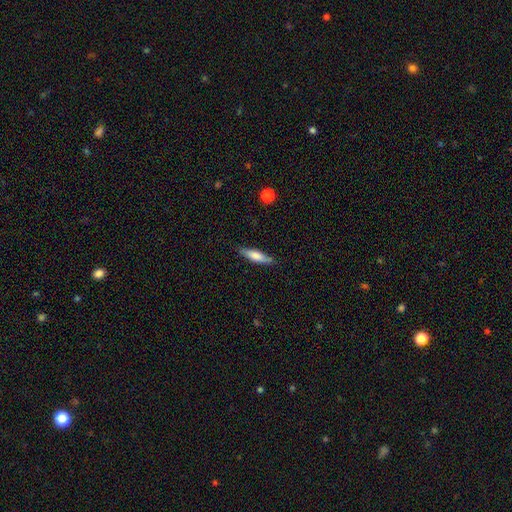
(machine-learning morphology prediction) Smooth or featured?
  - smooth: 68% *
  - featured or disk: 26%
  - star or artifact: 6%
How rounded?
  - cigar-shaped: 77% *
  - in between: 22%
  - round: 2%
Merging?
  - none: 85% *
  - minor disturbance: 12%
  - major disturbance: 2%
  - merger: 1%